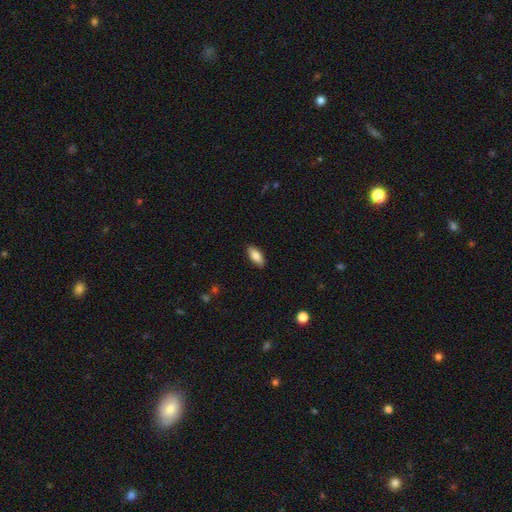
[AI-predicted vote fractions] smooth_or_featured: smooth (p=0.82) [alt: featured or disk p=0.12]
how_rounded: in between (p=0.82) [alt: cigar-shaped p=0.16]
merging: none (p=0.89) [alt: minor disturbance p=0.09]